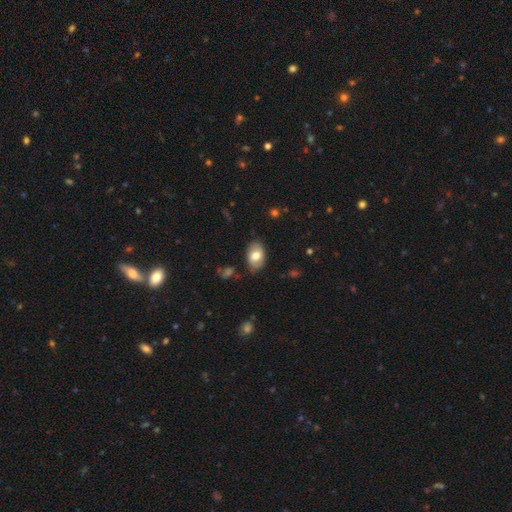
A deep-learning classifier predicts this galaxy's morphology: Smooth or featured?
  - smooth: 71% *
  - featured or disk: 22%
  - star or artifact: 7%
How rounded?
  - in between: 90% *
  - round: 9%
  - cigar-shaped: 1%
Merging?
  - none: 78% *
  - minor disturbance: 16%
  - major disturbance: 4%
  - merger: 2%